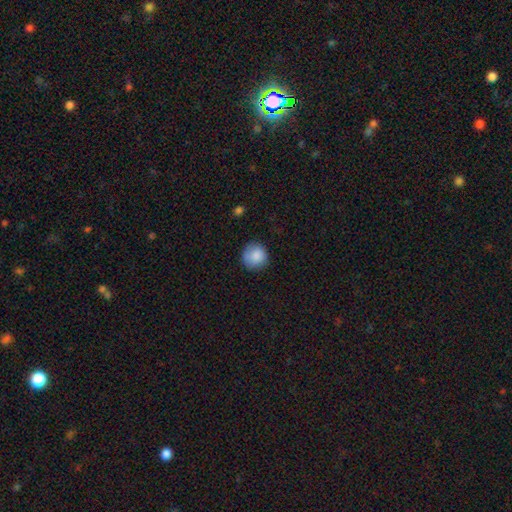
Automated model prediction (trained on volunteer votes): smooth-or-featured: smooth: 86% | star or artifact: 8% | featured or disk: 7%
  how-rounded: round: 90% | in between: 9% | cigar-shaped: 1%
  merging: none: 77% | minor disturbance: 17% | major disturbance: 4% | merger: 1%